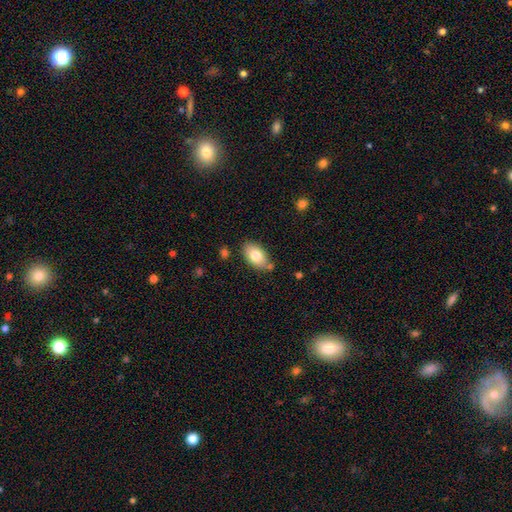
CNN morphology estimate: Q: Smooth or featured?
A: smooth (78%); runner-up: featured or disk (15%)
Q: How rounded?
A: in between (92%); runner-up: round (6%)
Q: Merging?
A: none (75%); runner-up: minor disturbance (16%)